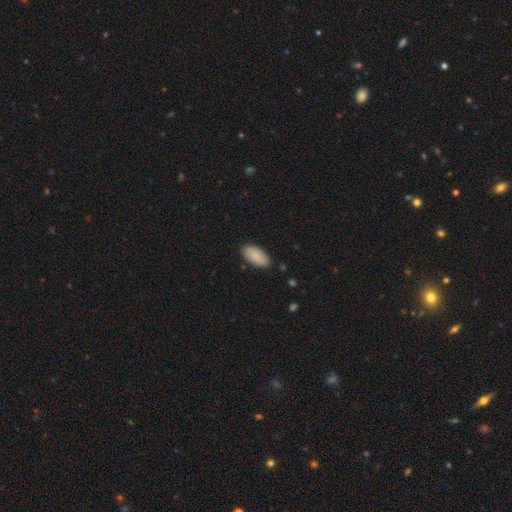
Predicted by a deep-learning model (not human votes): Overall: smooth (89%). How rounded: in between (95%). Merging: none (87%).